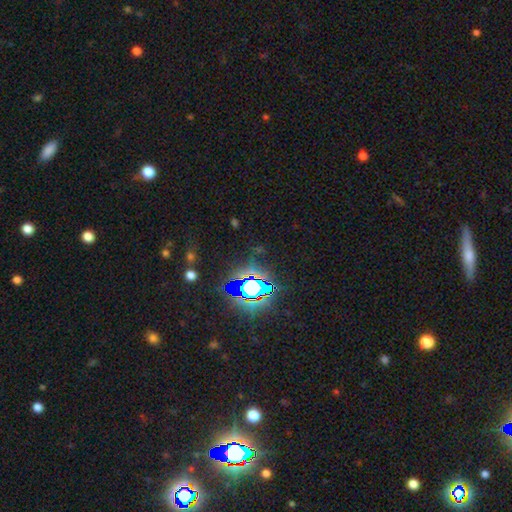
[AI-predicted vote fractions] A star or artifact, not a galaxy (81%).

Vote fractions:
- Smooth or featured? star or artifact: 81% / smooth: 10% / featured or disk: 8%